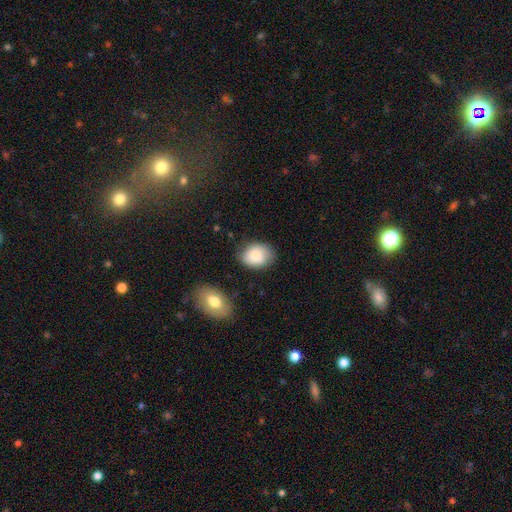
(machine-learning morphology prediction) Overall: smooth (80%). How rounded: in between (59%; round 40%). Merging: none (72%).